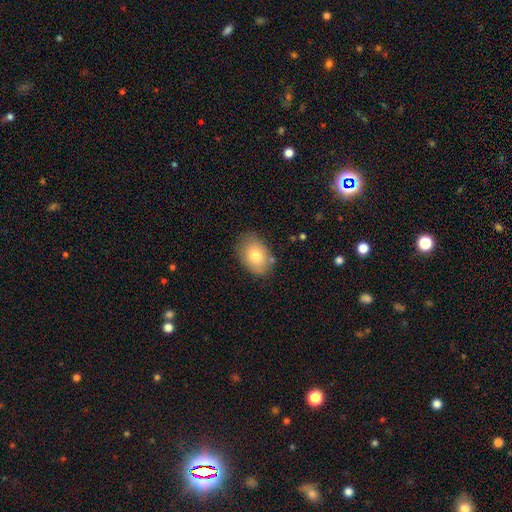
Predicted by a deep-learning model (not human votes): Q: Smooth or featured?
A: smooth (76%); runner-up: featured or disk (15%)
Q: How rounded?
A: in between (79%); runner-up: round (20%)
Q: Merging?
A: none (78%); runner-up: minor disturbance (16%)